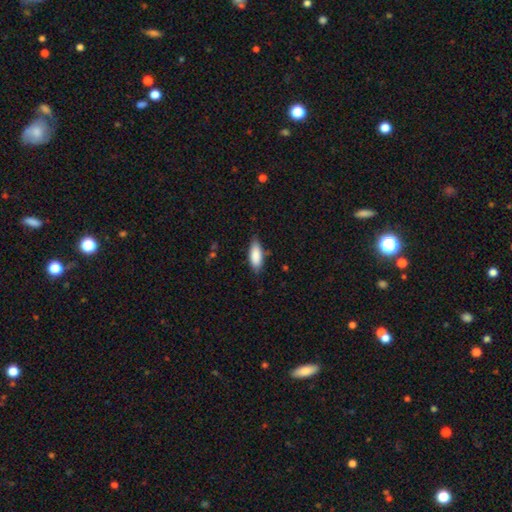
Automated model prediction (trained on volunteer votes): Smooth or featured? Predicted: smooth (p=0.87). How rounded? Predicted: in between (p=0.77). Merging? Predicted: none (p=0.79).